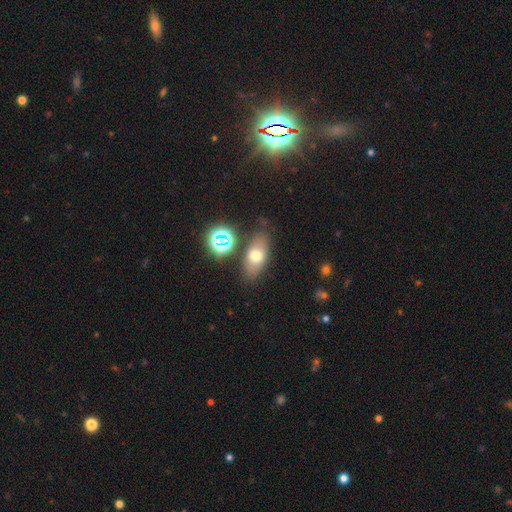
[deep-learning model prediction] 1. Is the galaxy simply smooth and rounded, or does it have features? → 65% smooth, 21% featured or disk, 14% star or artifact.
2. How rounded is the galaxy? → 80% in between, 12% round, 8% cigar-shaped.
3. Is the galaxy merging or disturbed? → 76% none, 13% minor disturbance, 6% merger, 5% major disturbance.